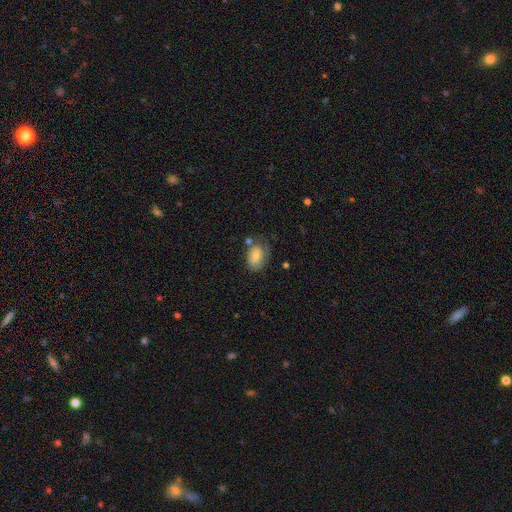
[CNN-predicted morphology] type=smooth (69%); roundness=in between (79%); merging=none (49%).